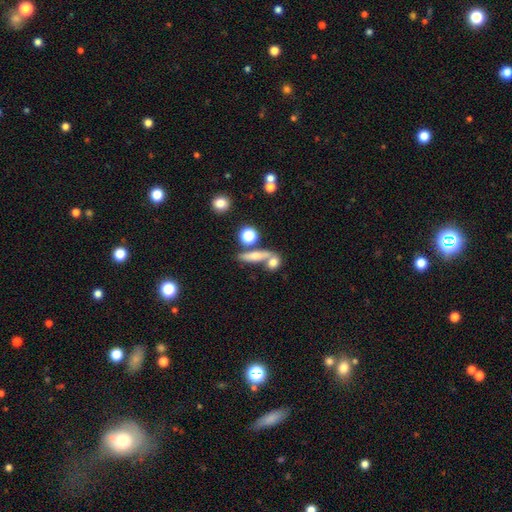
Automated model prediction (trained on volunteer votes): smooth_or_featured: smooth (p=0.61) [alt: featured or disk p=0.26]
how_rounded: cigar-shaped (p=0.53) [alt: in between p=0.29]
merging: none (p=0.51) [alt: merger p=0.31]